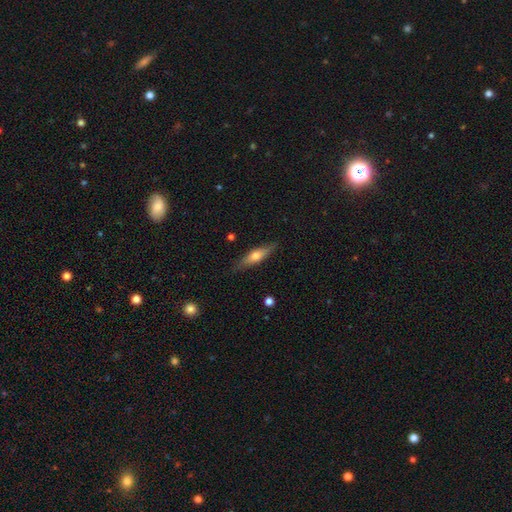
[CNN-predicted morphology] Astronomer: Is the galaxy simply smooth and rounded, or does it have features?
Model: smooth — 48% (runner-up: featured or disk, 46%).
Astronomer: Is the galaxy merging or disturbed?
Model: none — 85%.